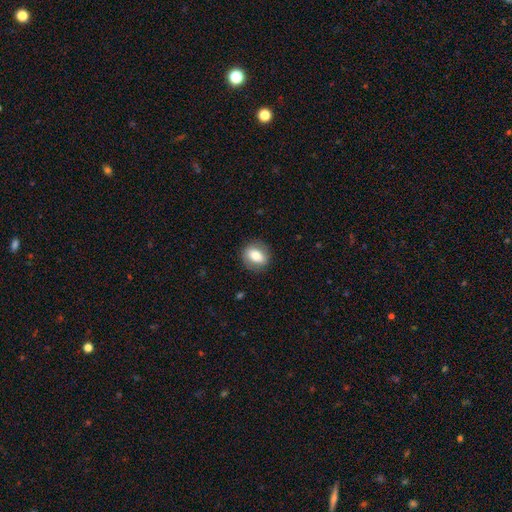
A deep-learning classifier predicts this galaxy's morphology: Overall: smooth (71%). How rounded: in between (50%; round 48%). Merging: none (85%).